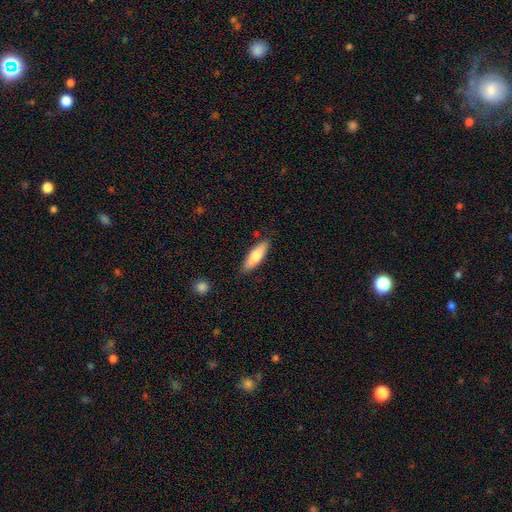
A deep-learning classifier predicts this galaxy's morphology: A smooth galaxy with no disk features (75%) that is in between round and cigar-shaped (51%). Merging: none (83%).